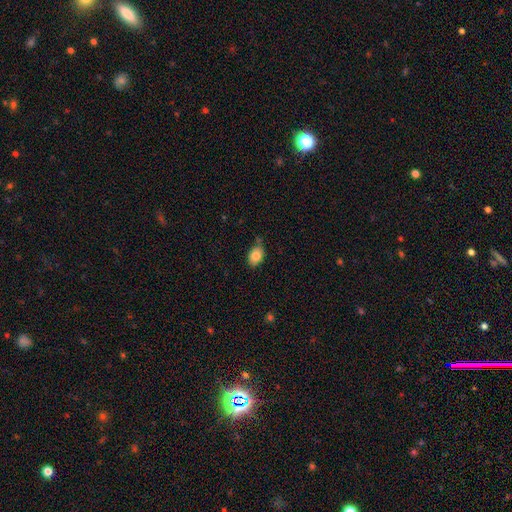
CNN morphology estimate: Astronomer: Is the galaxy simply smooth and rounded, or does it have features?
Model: smooth — 83%.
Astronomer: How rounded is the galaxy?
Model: in between — 80%.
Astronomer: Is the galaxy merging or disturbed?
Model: none — 71%.